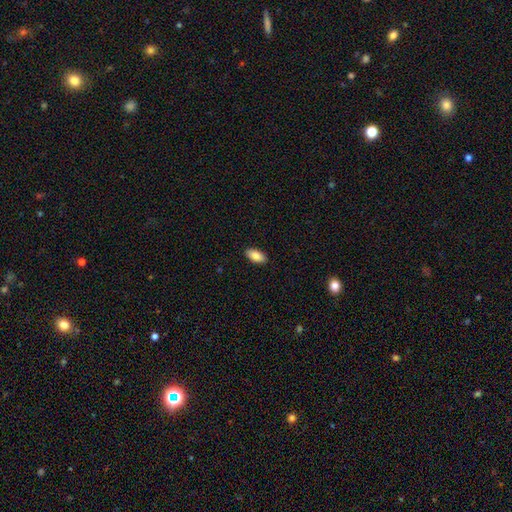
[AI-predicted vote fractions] Smooth or featured?
  - smooth: 85% *
  - featured or disk: 8%
  - star or artifact: 7%
How rounded?
  - in between: 92% *
  - cigar-shaped: 5%
  - round: 2%
Merging?
  - none: 90% *
  - minor disturbance: 8%
  - major disturbance: 2%
  - merger: 1%